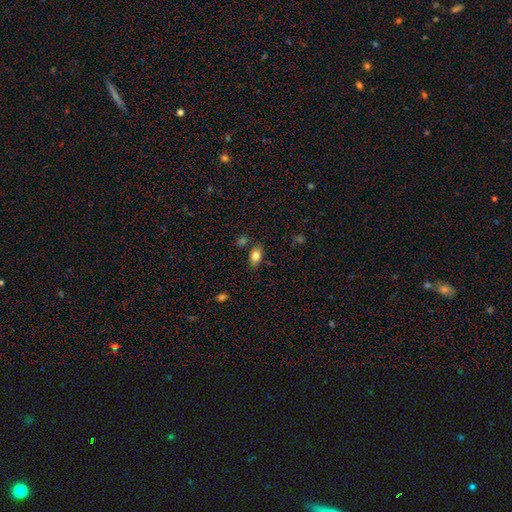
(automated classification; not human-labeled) smooth-or-featured: smooth: 82% | featured or disk: 9% | star or artifact: 9%
  how-rounded: in between: 86% | round: 12% | cigar-shaped: 3%
  merging: none: 77% | minor disturbance: 14% | merger: 6% | major disturbance: 3%